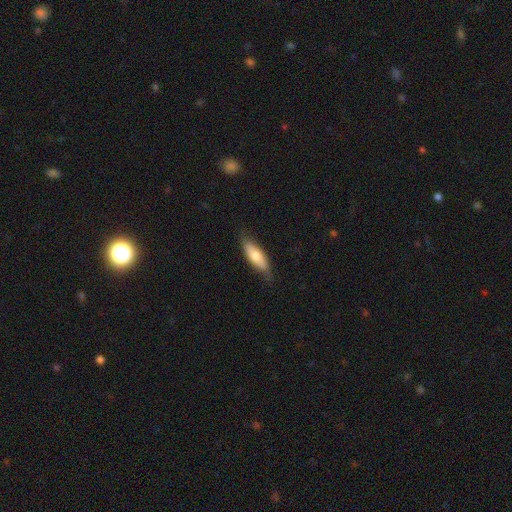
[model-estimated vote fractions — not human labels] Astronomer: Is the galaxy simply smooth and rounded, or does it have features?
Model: smooth — 69%.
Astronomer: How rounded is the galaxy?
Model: in between — 57% (runner-up: cigar-shaped, 41%).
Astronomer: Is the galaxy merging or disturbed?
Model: none — 76%.